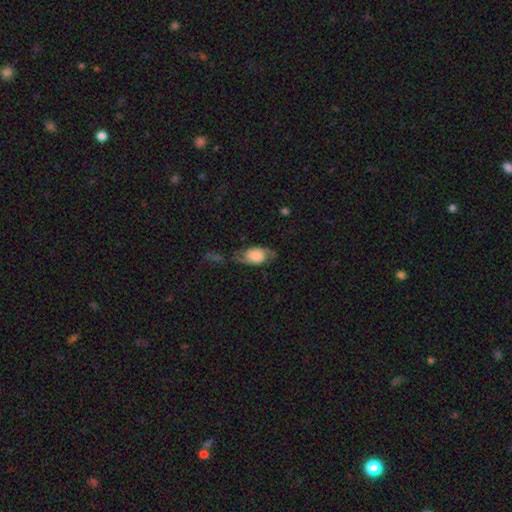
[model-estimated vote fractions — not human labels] Morphology: type=smooth (49%); merging=none (49%).